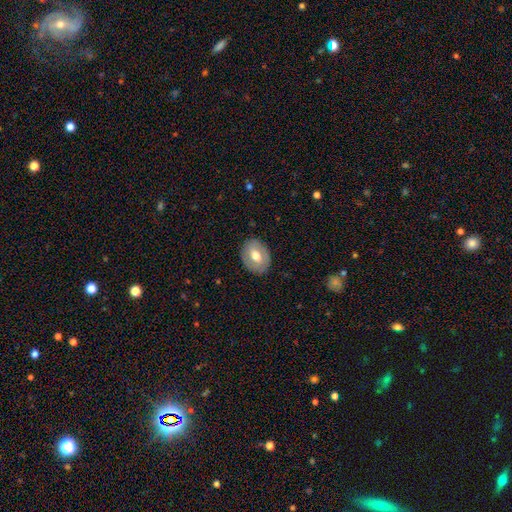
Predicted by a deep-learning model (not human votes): The model was most divided on "smooth or featured": smooth: 58%, featured or disk: 36%, star or artifact: 7%. More confident: merging — none (85%); how rounded — in between (62%).